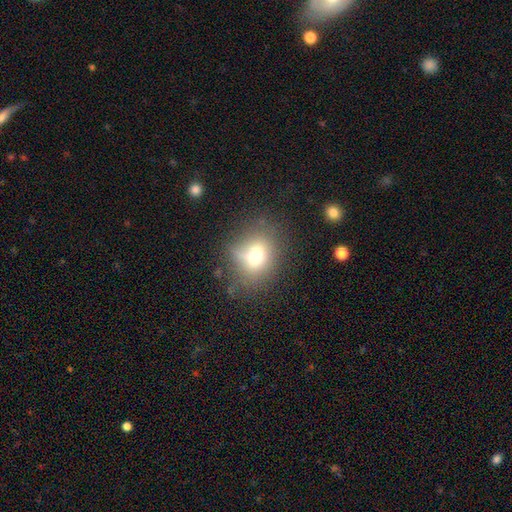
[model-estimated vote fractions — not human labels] This appears to be a smooth galaxy with no disk features (68%) that is round (61%). Merging: none (66%).